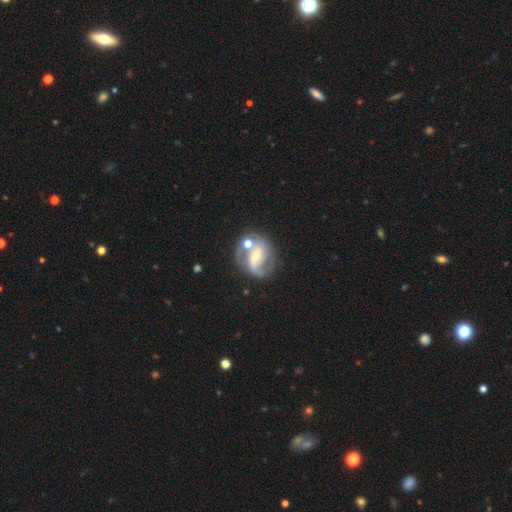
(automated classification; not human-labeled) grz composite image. It shows a featured or disk galaxy (80%) with a weak bar (37%, tied with strong), 2 (81%) medium (49%) spiral arms (87%) and a moderate central bulge (48%). Merging: none (56%).